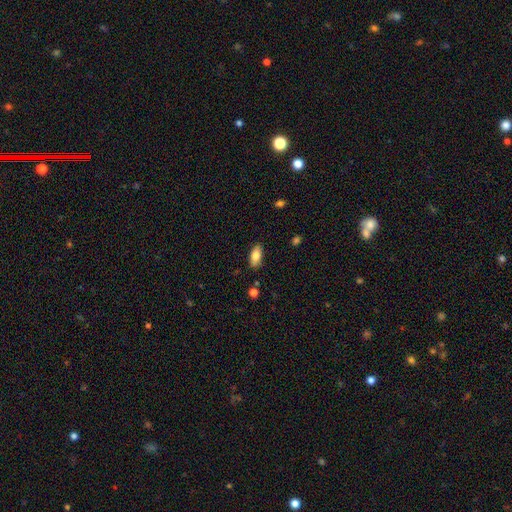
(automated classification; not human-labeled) The model was most divided on "smooth or featured": smooth: 82%, featured or disk: 11%, star or artifact: 7%. More confident: merging — none (86%); how rounded — in between (85%).